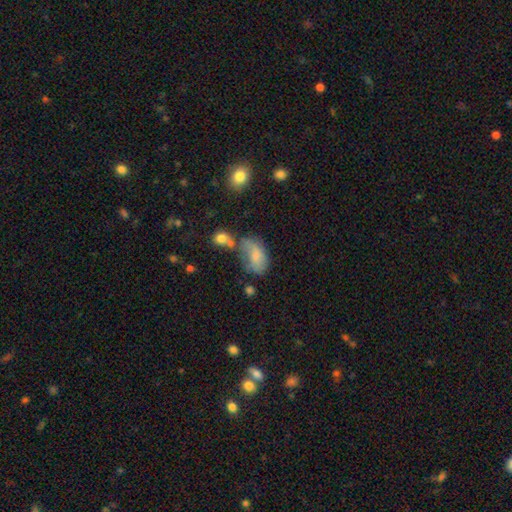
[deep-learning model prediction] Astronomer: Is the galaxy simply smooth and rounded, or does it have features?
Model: smooth — 70%.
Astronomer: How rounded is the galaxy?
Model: in between — 90%.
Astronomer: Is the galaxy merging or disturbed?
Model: none — 31% (runner-up: minor disturbance, 28%).